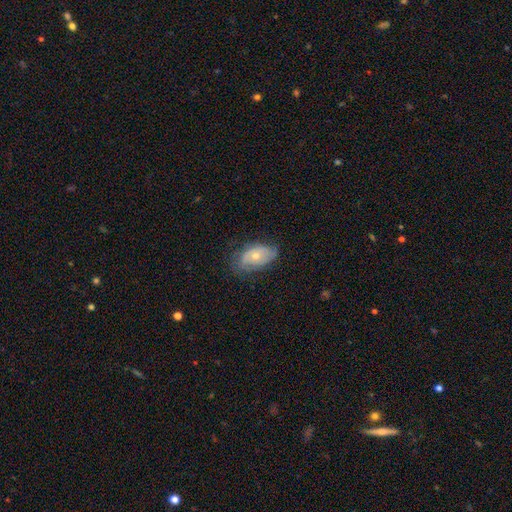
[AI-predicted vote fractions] Overall: featured or disk (51%; smooth 42%). Edge-on disk: no (92%). Merging: none (61%; minor disturbance 28%).